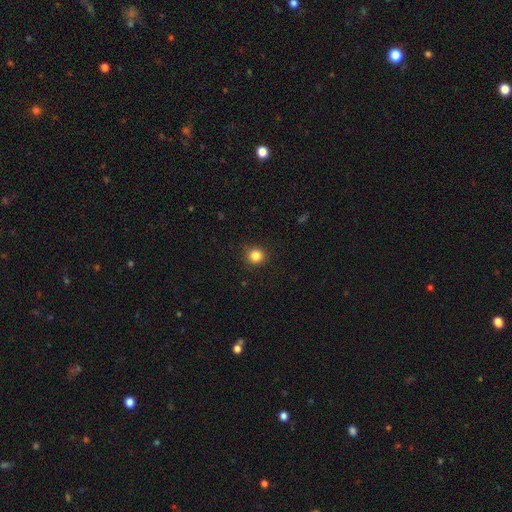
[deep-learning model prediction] Smooth or featured: smooth — 85% (star or artifact — 11%)
How rounded: round — 93% (in between — 6%)
Merging: none — 91% (minor disturbance — 6%)